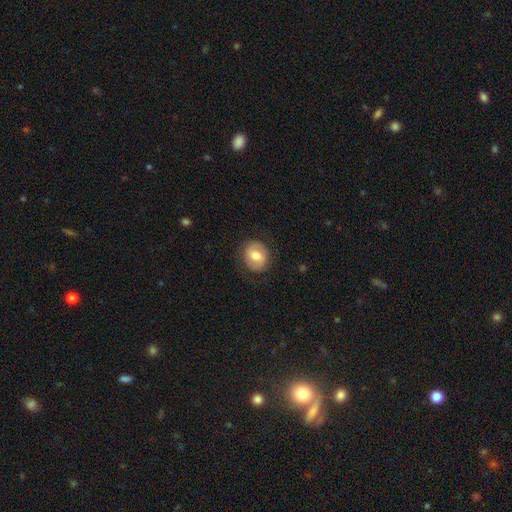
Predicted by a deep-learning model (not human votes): This is likely a smooth galaxy (68%). How rounded: likely round (65%). Merging: clearly none (82%).